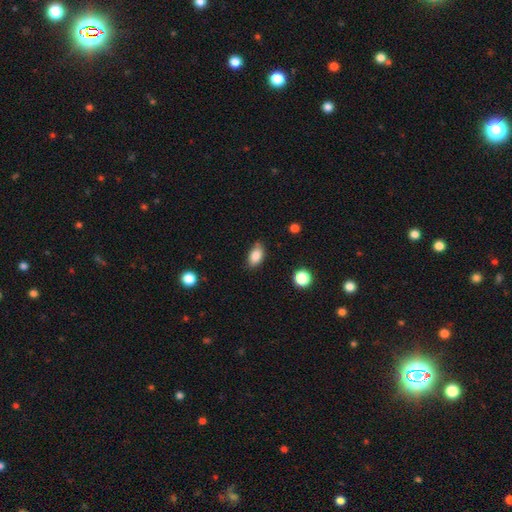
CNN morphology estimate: smooth-or-featured: smooth: 85% | star or artifact: 8% | featured or disk: 6%
  how-rounded: in between: 90% | round: 7% | cigar-shaped: 3%
  merging: none: 70% | minor disturbance: 24% | major disturbance: 4% | merger: 2%